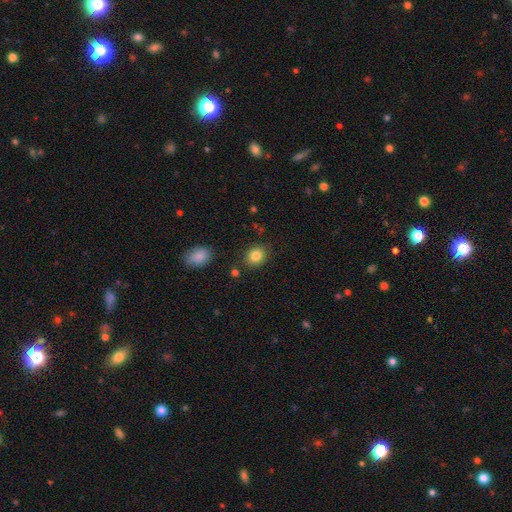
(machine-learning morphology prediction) Smooth or featured? Predicted: smooth (p=0.83). How rounded? Predicted: round (p=0.60). Merging? Predicted: none (p=0.85).